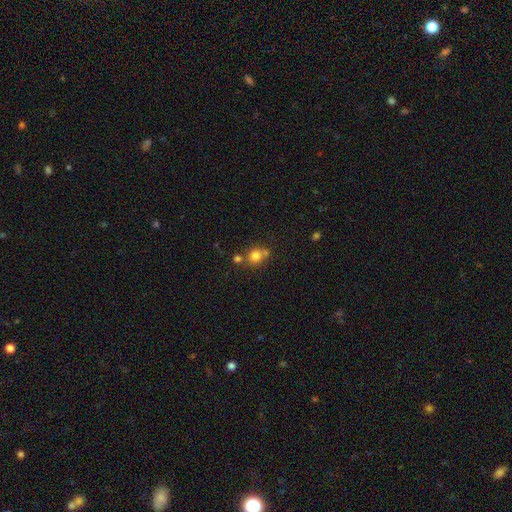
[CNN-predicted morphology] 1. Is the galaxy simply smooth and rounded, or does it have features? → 78% smooth, 13% star or artifact, 9% featured or disk.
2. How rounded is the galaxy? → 82% round, 17% in between, 1% cigar-shaped.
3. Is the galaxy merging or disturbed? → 58% none, 27% merger, 11% minor disturbance, 4% major disturbance.